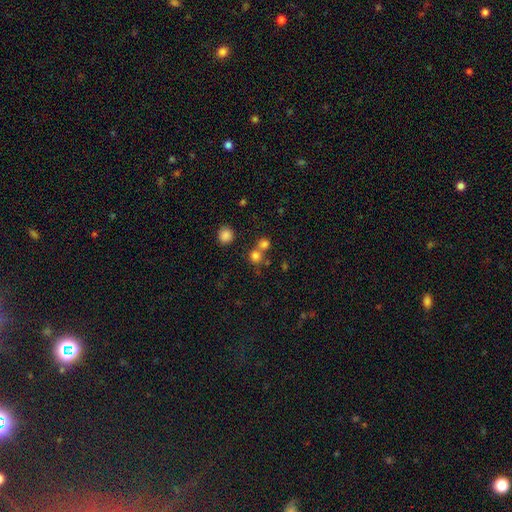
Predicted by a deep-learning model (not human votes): This appears to be a smooth galaxy with no disk features (77%) that is round (88%). Merging: none (55%).